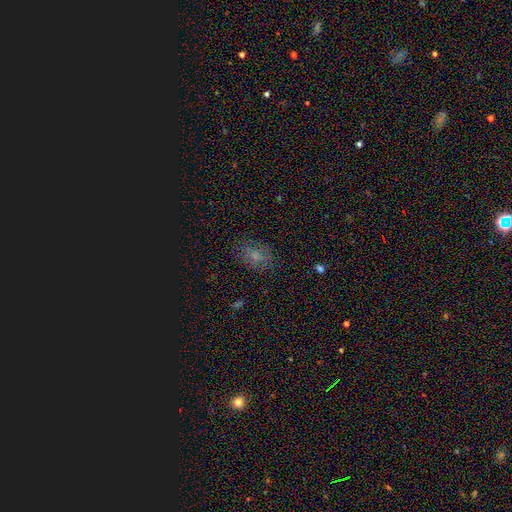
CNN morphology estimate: Smooth or featured: smooth — 61% (star or artifact — 20%)
How rounded: in between — 71% (round — 28%)
Merging: none — 76% (minor disturbance — 16%)